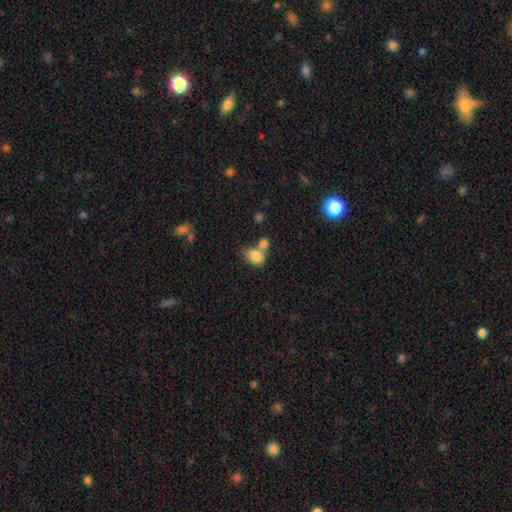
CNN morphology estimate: Overall: smooth (83%). How rounded: in between (56%; round 43%). Merging: none (44%; merger 39%).